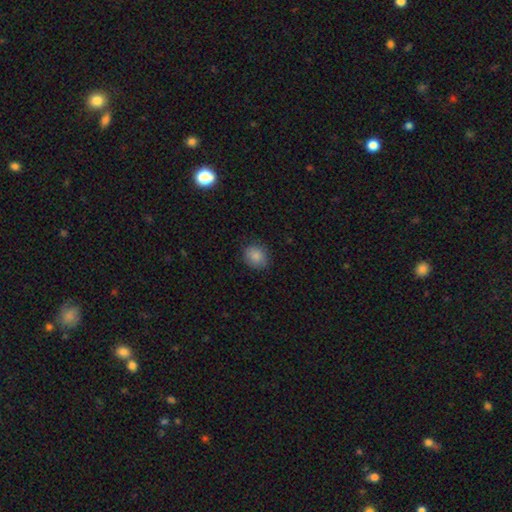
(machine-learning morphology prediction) Smooth or featured? Predicted: smooth (p=0.86). How rounded? Predicted: round (p=0.77). Merging? Predicted: none (p=0.84).